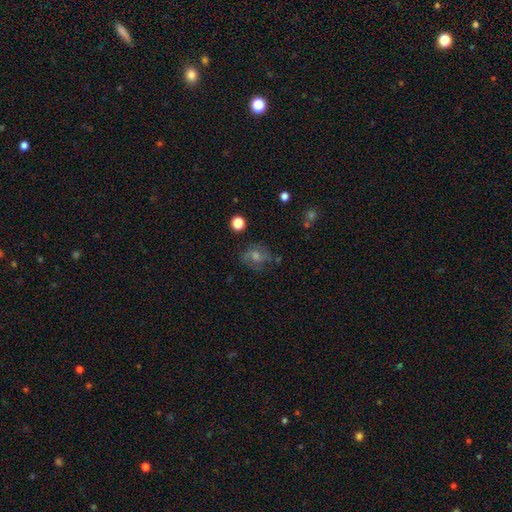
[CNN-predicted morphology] A featured or disk galaxy (54%) with no bar (58%), spiral arms (82%) and a moderate central bulge (55%).

Vote fractions:
- Smooth or featured? featured or disk: 54% / smooth: 26% / star or artifact: 21%
- Edge-on disk? no: 96% / yes: 4%
- Bar? no: 58% / weak: 35% / strong: 7%
- Spiral arms? yes: 82% / no: 18%
- Bulge size? moderate: 55% / small: 29% / large: 8% / none: 6% / dominant: 2%
- Merging? none: 70% / minor disturbance: 18% / major disturbance: 9% / merger: 3%